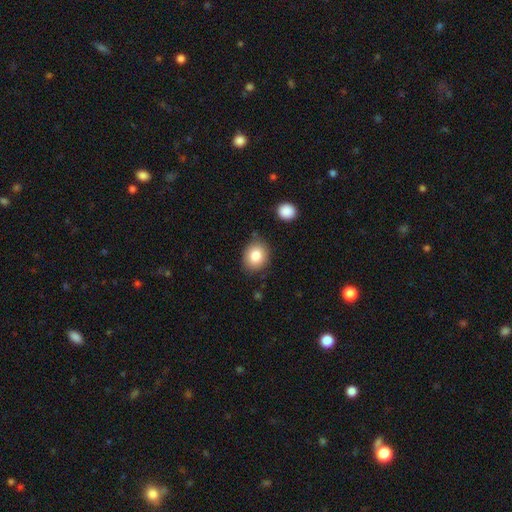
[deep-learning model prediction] smooth 83%, star or artifact 9%, featured or disk 8%. Down the decision tree: how rounded — round (57%); merging — none (81%).